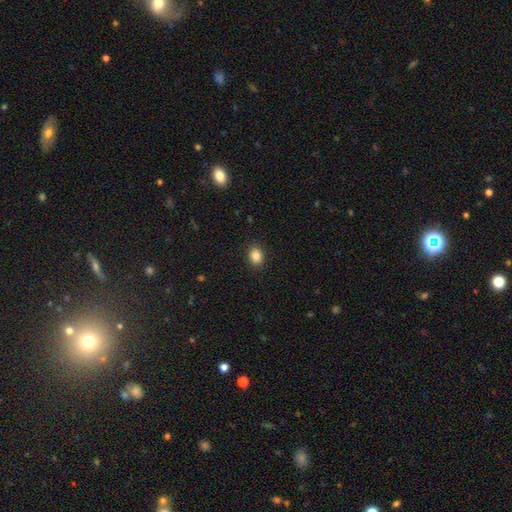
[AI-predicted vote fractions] The model was most divided on "how rounded": in between: 64%, round: 35%, cigar-shaped: 1%. More confident: merging — none (89%); smooth or featured — smooth (88%).